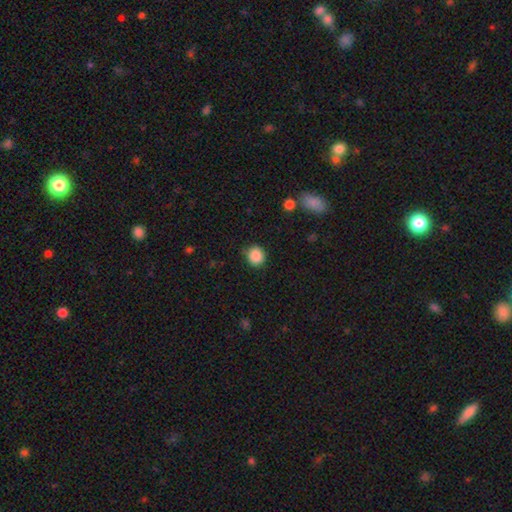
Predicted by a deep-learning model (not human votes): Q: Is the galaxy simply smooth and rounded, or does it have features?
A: smooth — 88%.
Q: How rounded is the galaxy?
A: round — 84%.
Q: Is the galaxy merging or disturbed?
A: none — 83%.